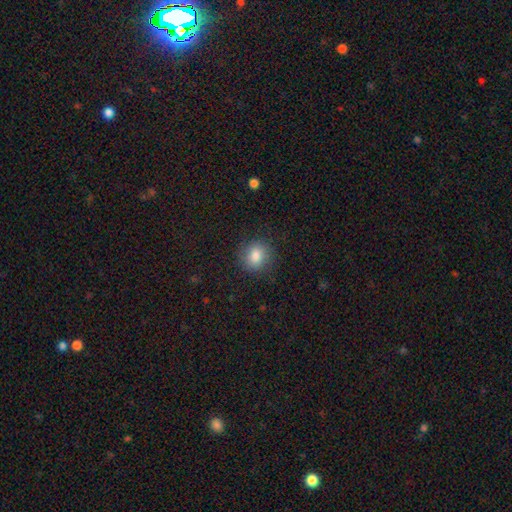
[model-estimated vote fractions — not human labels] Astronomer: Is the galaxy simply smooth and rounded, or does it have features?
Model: smooth — 83%.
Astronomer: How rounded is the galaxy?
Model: round — 77%.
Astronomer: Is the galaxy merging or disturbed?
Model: none — 85%.